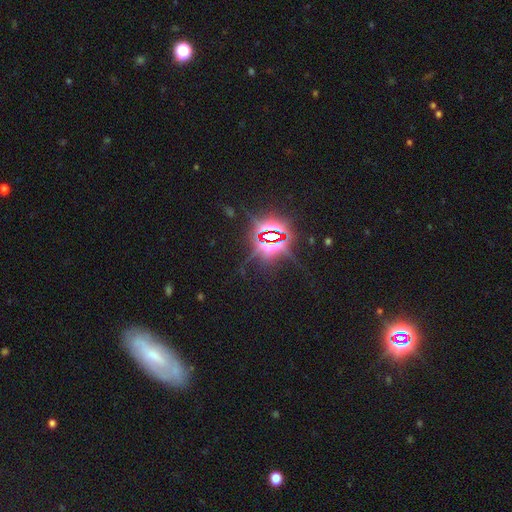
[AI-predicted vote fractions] Overall: star or artifact (76%).